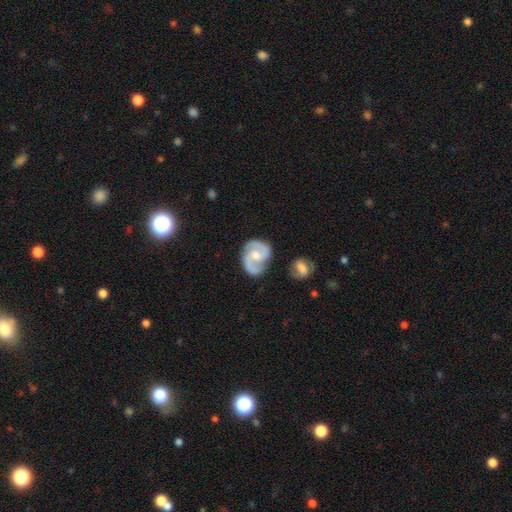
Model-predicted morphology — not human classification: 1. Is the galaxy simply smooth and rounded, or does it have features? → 85% featured or disk, 10% smooth, 4% star or artifact.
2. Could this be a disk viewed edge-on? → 98% no, 2% yes.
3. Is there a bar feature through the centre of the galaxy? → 49% no, 42% weak, 9% strong.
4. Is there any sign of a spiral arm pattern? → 96% yes, 4% no.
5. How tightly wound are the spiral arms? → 55% medium, 28% tight, 17% loose.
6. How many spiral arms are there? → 90% 2, 3% can't tell, 2% 1, 2% 3, 1% 4, 1% more than 4.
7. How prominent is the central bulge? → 59% moderate, 33% small, 3% large, 3% none, 1% dominant.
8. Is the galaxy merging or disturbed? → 70% none, 19% minor disturbance, 6% merger, 6% major disturbance.